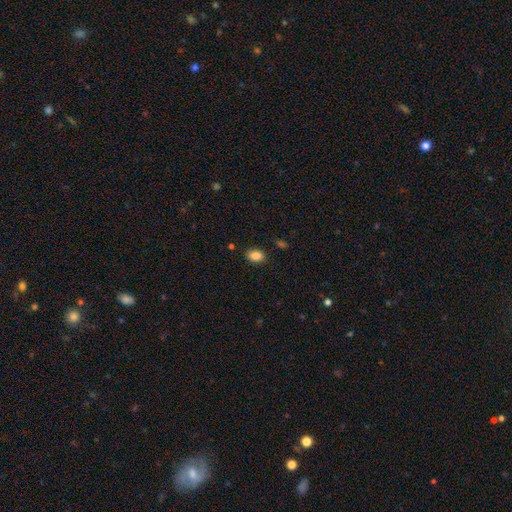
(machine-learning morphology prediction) This is clearly a smooth galaxy (87%). How rounded: clearly in between (84%). Merging: clearly none (85%).